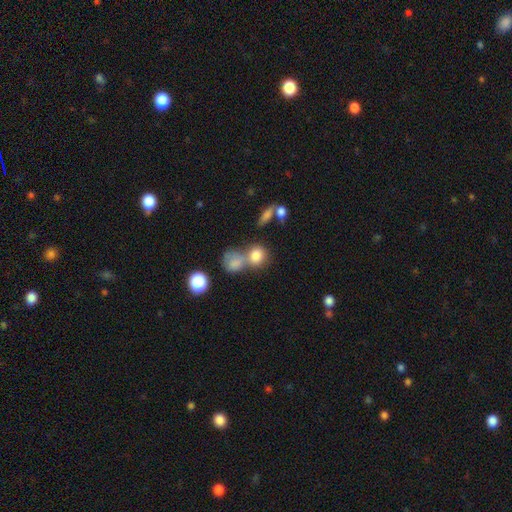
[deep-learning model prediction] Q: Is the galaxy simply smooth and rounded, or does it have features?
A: smooth — 80%.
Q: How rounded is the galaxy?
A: round — 71%.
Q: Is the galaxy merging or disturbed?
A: merger — 45%.